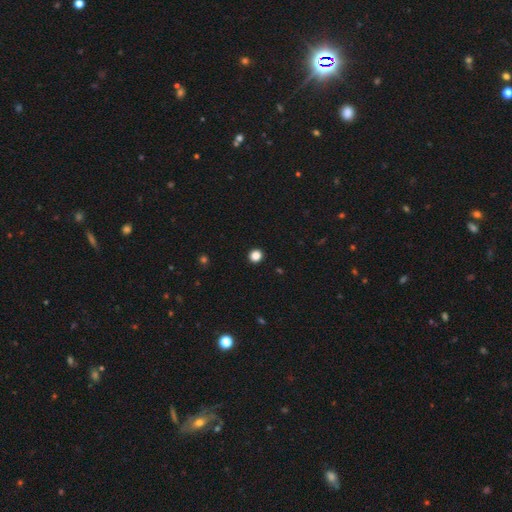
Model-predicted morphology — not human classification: Smooth or featured?
  - smooth: 85% *
  - star or artifact: 12%
  - featured or disk: 3%
How rounded?
  - round: 89% *
  - in between: 10%
  - cigar-shaped: 1%
Merging?
  - none: 93% *
  - minor disturbance: 4%
  - major disturbance: 1%
  - merger: 1%